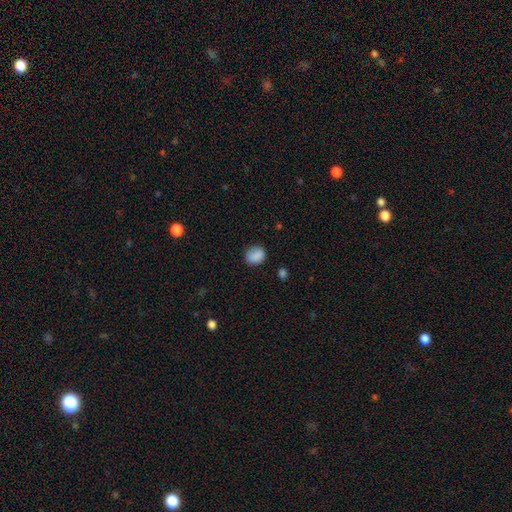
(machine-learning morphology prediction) smooth_or_featured: smooth (p=0.87) [alt: star or artifact p=0.09]
how_rounded: round (p=0.66) [alt: in between p=0.33]
merging: none (p=0.82) [alt: minor disturbance p=0.14]